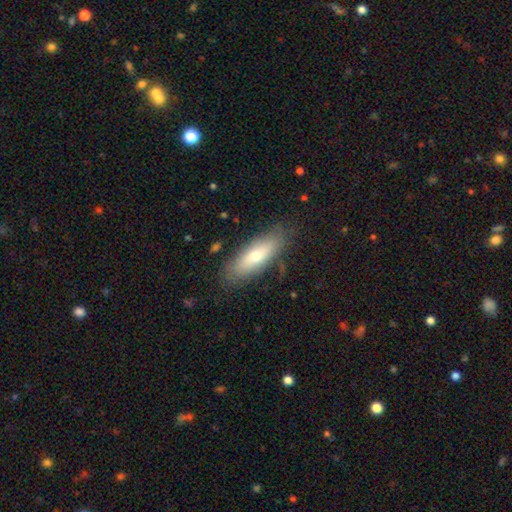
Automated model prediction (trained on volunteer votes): Q: Smooth or featured?
A: smooth (64%); runner-up: featured or disk (29%)
Q: How rounded?
A: in between (58%); runner-up: cigar-shaped (40%)
Q: Merging?
A: none (82%); runner-up: minor disturbance (13%)